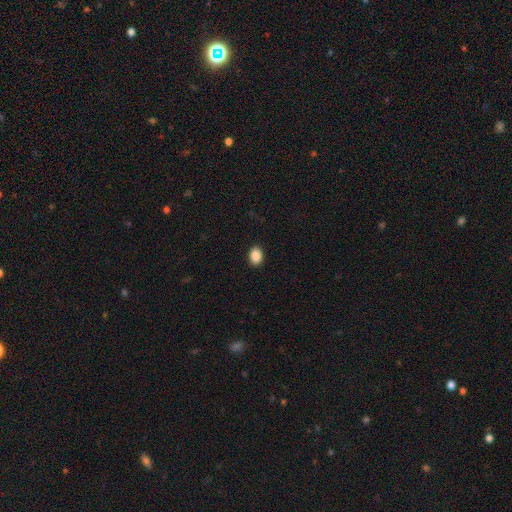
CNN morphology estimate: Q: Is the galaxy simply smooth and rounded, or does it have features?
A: smooth — 90%.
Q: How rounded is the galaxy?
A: in between — 75%.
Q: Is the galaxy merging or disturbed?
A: none — 91%.